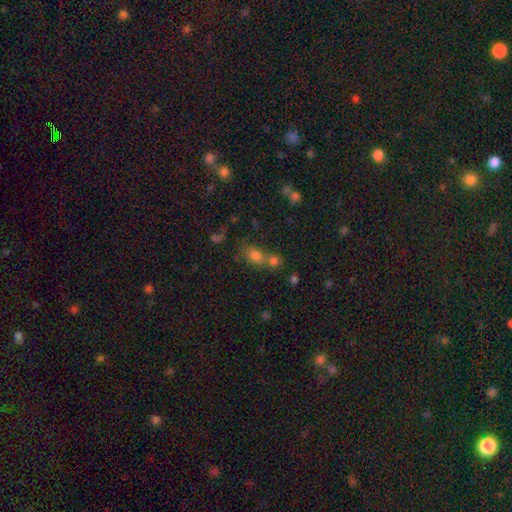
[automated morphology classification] type=smooth (72%); roundness=in between (50%); merging=merger (50%).